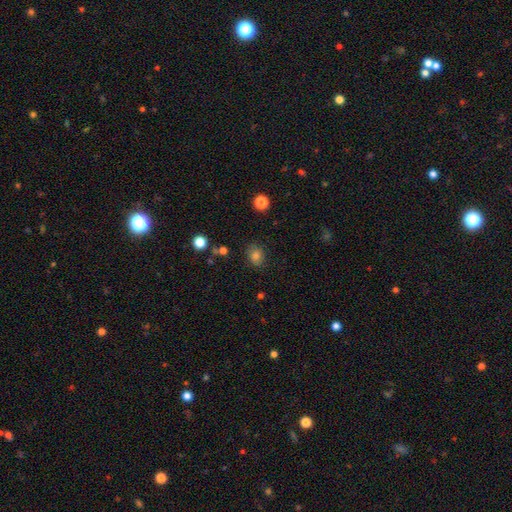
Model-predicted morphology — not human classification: This is likely a smooth galaxy (79%). How rounded: possibly round (50%). Merging: clearly none (82%).